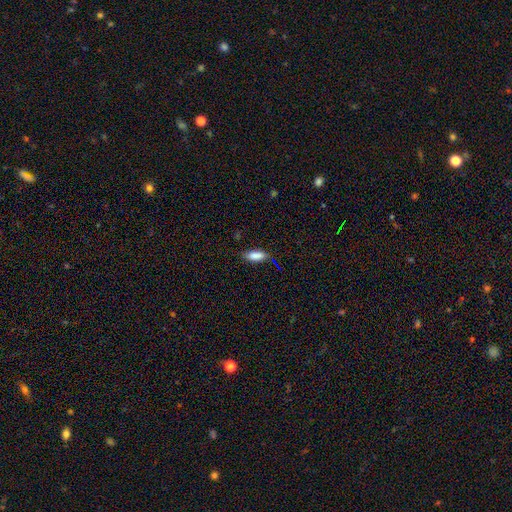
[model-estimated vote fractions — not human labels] Q: Smooth or featured?
A: smooth (84%); runner-up: star or artifact (8%)
Q: How rounded?
A: in between (71%); runner-up: cigar-shaped (26%)
Q: Merging?
A: none (74%); runner-up: minor disturbance (20%)